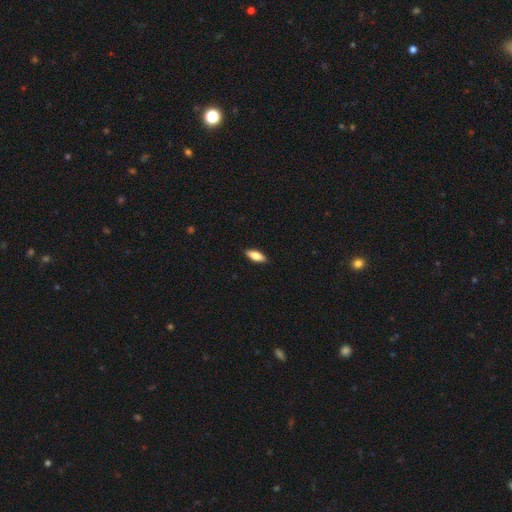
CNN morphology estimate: Q: Smooth or featured?
A: smooth (79%); runner-up: featured or disk (15%)
Q: How rounded?
A: in between (70%); runner-up: cigar-shaped (27%)
Q: Merging?
A: none (89%); runner-up: minor disturbance (8%)